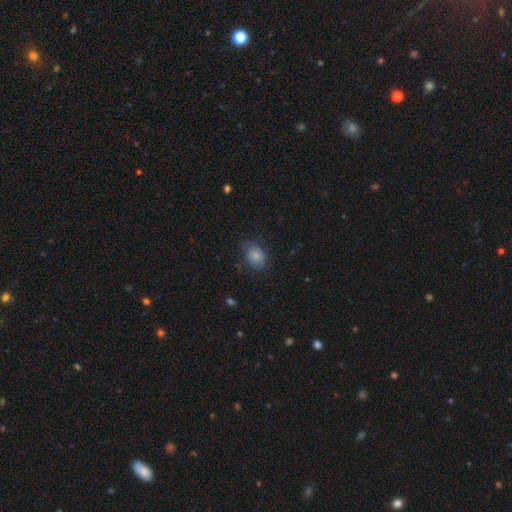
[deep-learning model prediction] Smooth or featured?
  - smooth: 78% *
  - featured or disk: 13%
  - star or artifact: 8%
How rounded?
  - in between: 56% *
  - round: 43%
  - cigar-shaped: 1%
Merging?
  - none: 70% *
  - minor disturbance: 22%
  - major disturbance: 7%
  - merger: 1%